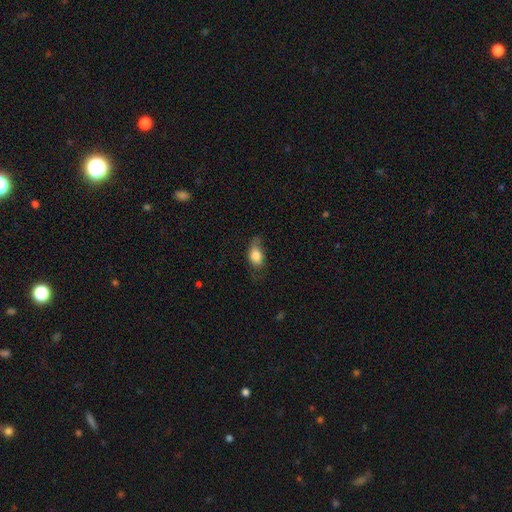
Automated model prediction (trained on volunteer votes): Smooth or featured? smooth (80%)
How rounded? in between (82%)
Merging? none (49%)